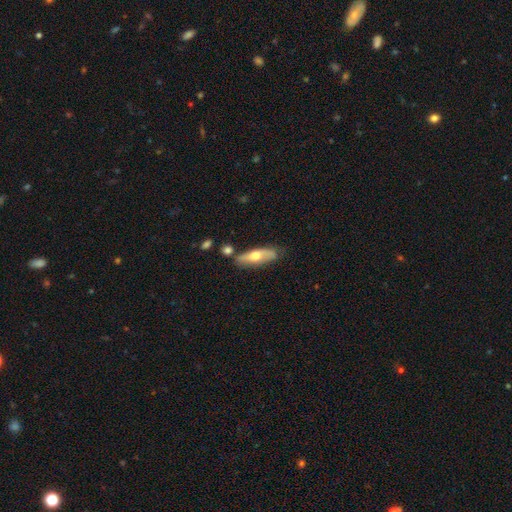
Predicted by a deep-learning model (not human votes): Morphology: type=smooth (54%); roundness=in between (52%); merging=none (68%).